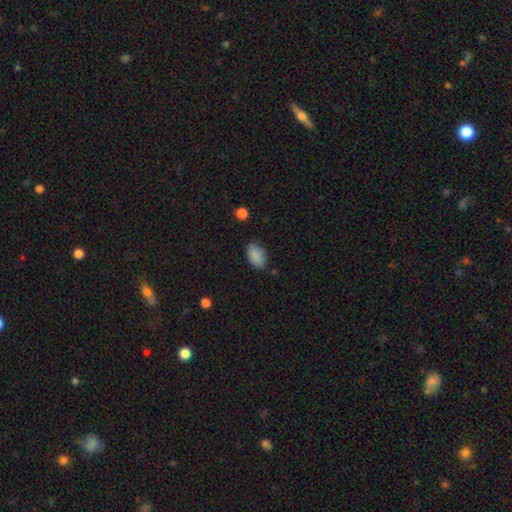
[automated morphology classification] smooth 88%, star or artifact 8%, featured or disk 4%. Down the decision tree: how rounded — in between (91%); merging — none (79%).